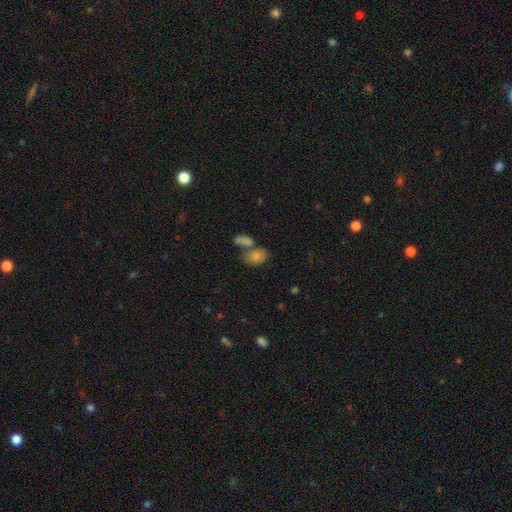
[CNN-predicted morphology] smooth 70%, star or artifact 17%, featured or disk 14%. Down the decision tree: how rounded — in between (77%); merging — none (46%).